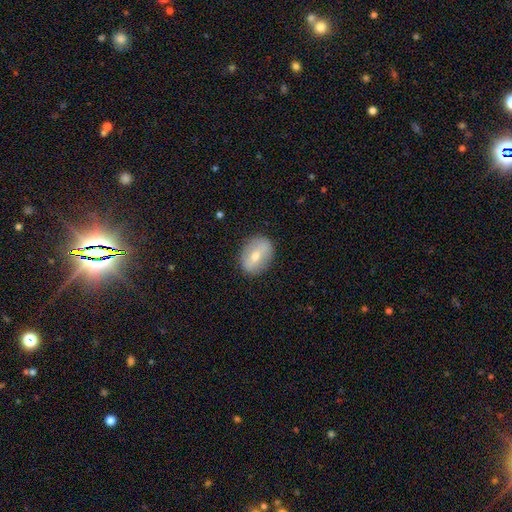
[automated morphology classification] smooth-or-featured: smooth: 58% | featured or disk: 35% | star or artifact: 7%
  how-rounded: in between: 66% | round: 32% | cigar-shaped: 2%
  merging: none: 85% | minor disturbance: 11% | major disturbance: 3% | merger: 1%